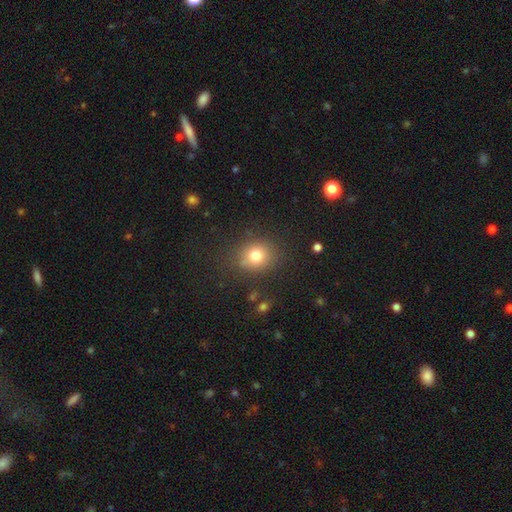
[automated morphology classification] smooth-or-featured: smooth: 77% | star or artifact: 13% | featured or disk: 9%
  how-rounded: round: 71% | in between: 28% | cigar-shaped: 1%
  merging: none: 81% | minor disturbance: 12% | major disturbance: 5% | merger: 2%